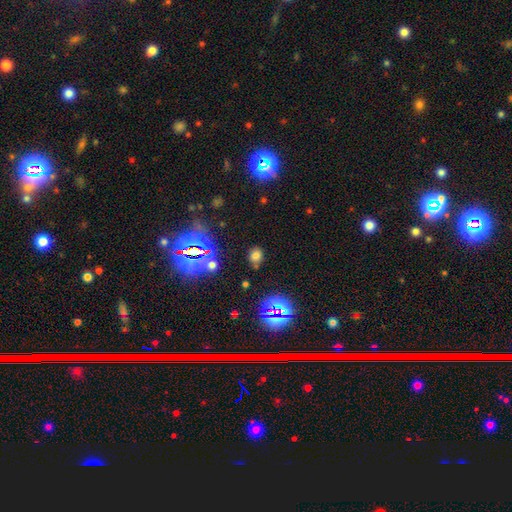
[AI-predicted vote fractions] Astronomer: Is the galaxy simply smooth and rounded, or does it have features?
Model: smooth — 60%.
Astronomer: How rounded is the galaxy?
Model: round — 55% (runner-up: in between, 43%).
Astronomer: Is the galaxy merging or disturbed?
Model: none — 78%.